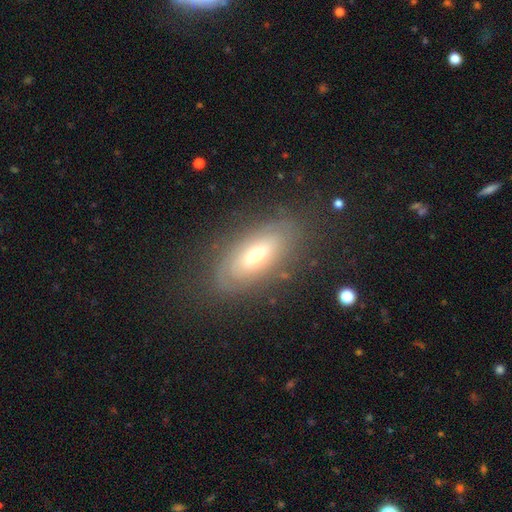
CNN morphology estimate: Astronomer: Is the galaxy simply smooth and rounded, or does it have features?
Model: featured or disk — 61%.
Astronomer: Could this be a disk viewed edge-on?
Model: no — 80%.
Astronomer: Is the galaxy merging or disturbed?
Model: none — 79%.